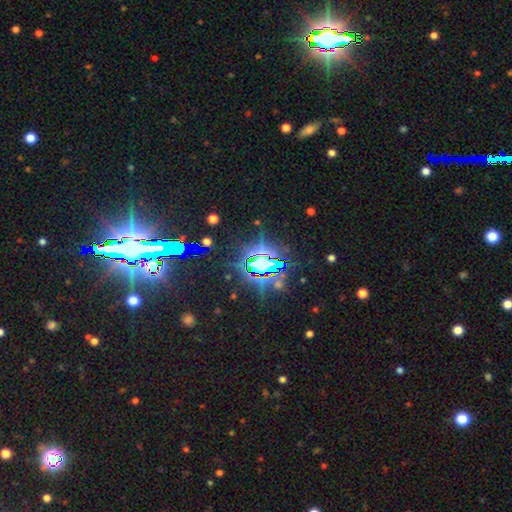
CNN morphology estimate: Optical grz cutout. It shows a star or artifact, not a galaxy (83%).